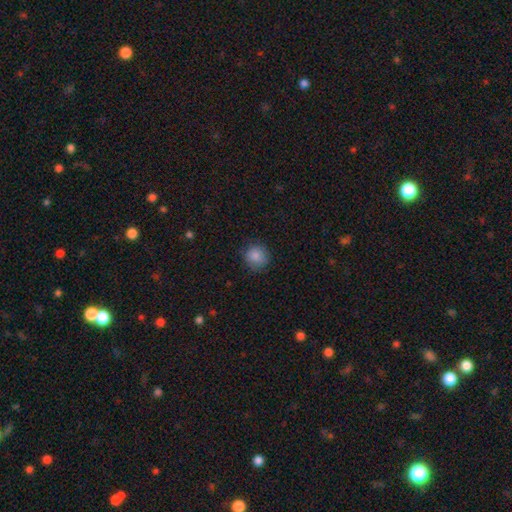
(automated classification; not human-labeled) Smooth or featured? Predicted: smooth (p=0.86). How rounded? Predicted: round (p=0.90). Merging? Predicted: none (p=0.84).